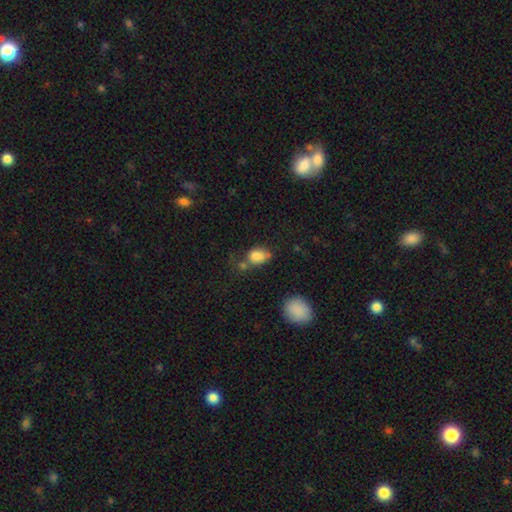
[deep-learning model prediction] This appears to be a smooth galaxy with no disk features (79%) that is in between round and cigar-shaped (67%). Merging: none (40%).